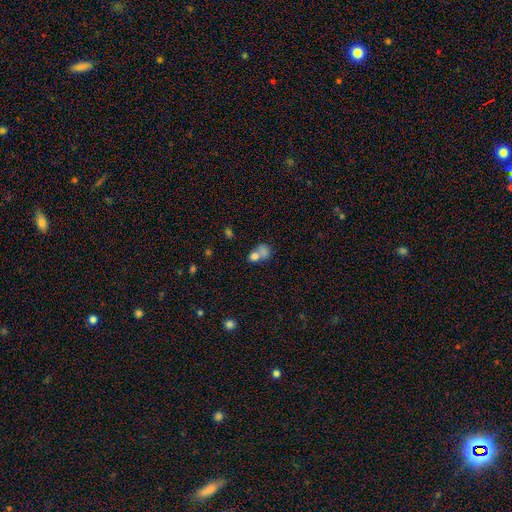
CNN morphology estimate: This is likely a smooth galaxy (71%). How rounded: possibly round (51%). Merging: likely merger (62%).